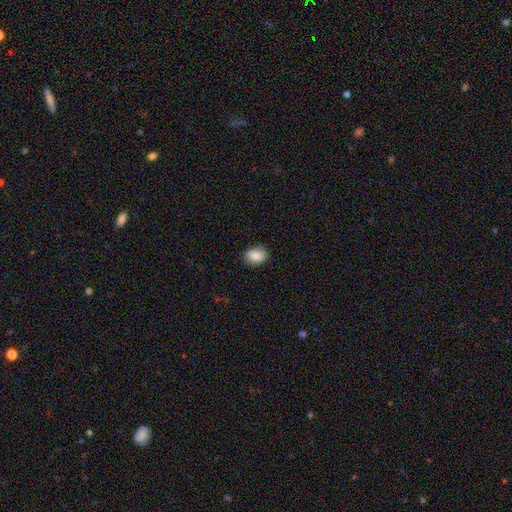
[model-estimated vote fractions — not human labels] Smooth or featured: smooth — 83% (featured or disk — 9%)
How rounded: in between — 73% (round — 26%)
Merging: none — 82% (minor disturbance — 14%)